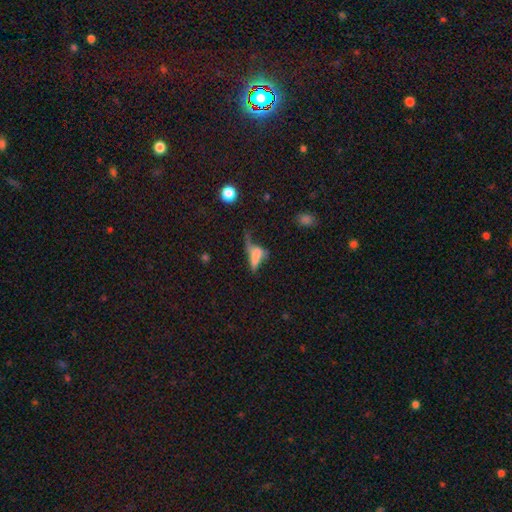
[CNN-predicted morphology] Smooth or featured?
  - smooth: 55% *
  - featured or disk: 32%
  - star or artifact: 13%
How rounded?
  - in between: 48% *
  - cigar-shaped: 45%
  - round: 7%
Merging?
  - major disturbance: 35% *
  - merger: 24%
  - none: 23%
  - minor disturbance: 17%